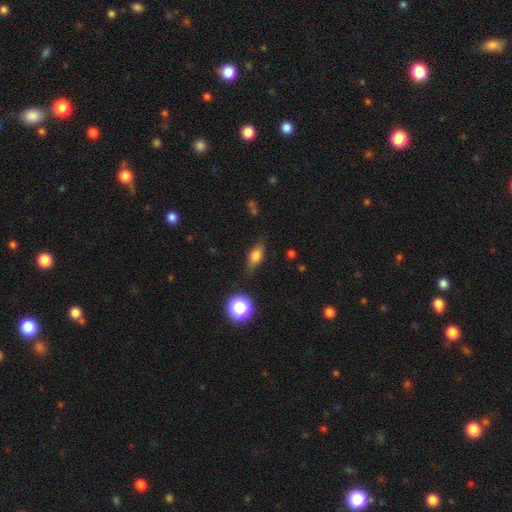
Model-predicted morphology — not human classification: Smooth or featured? smooth (66%)
How rounded? in between (69%)
Merging? none (79%)